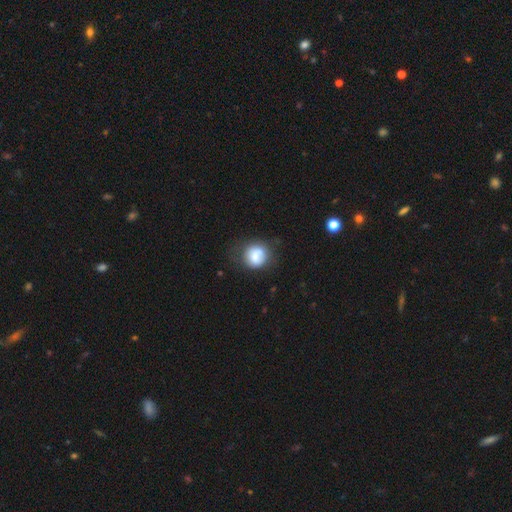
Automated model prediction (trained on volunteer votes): Q: Smooth or featured?
A: smooth (73%); runner-up: featured or disk (18%)
Q: How rounded?
A: round (81%); runner-up: in between (18%)
Q: Merging?
A: none (59%); runner-up: minor disturbance (24%)